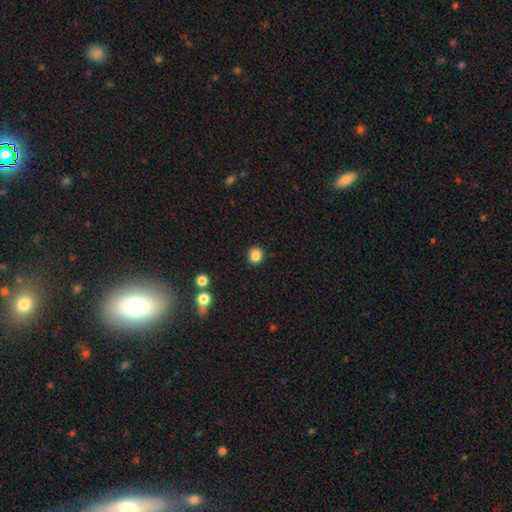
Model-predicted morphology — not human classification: Q: Smooth or featured?
A: smooth (85%); runner-up: star or artifact (11%)
Q: How rounded?
A: round (79%); runner-up: in between (20%)
Q: Merging?
A: none (87%); runner-up: minor disturbance (9%)